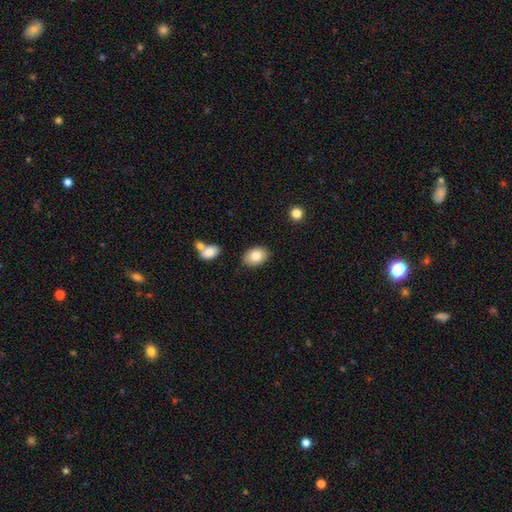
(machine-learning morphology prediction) Q: Smooth or featured?
A: smooth (83%); runner-up: featured or disk (9%)
Q: How rounded?
A: in between (85%); runner-up: round (14%)
Q: Merging?
A: none (83%); runner-up: minor disturbance (11%)